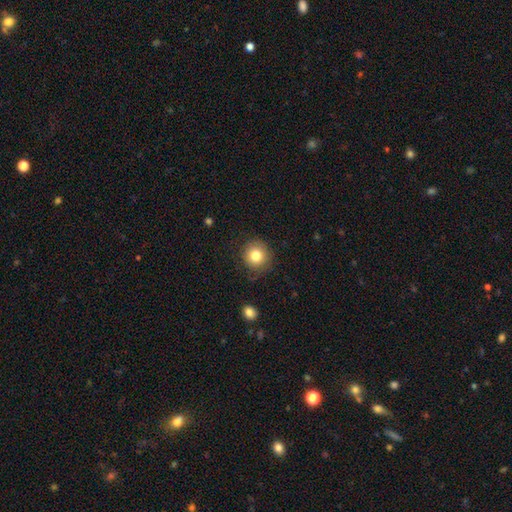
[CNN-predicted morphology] smooth_or_featured: smooth (p=0.80) [alt: star or artifact p=0.11]
how_rounded: round (p=0.90) [alt: in between p=0.09]
merging: none (p=0.85) [alt: minor disturbance p=0.11]